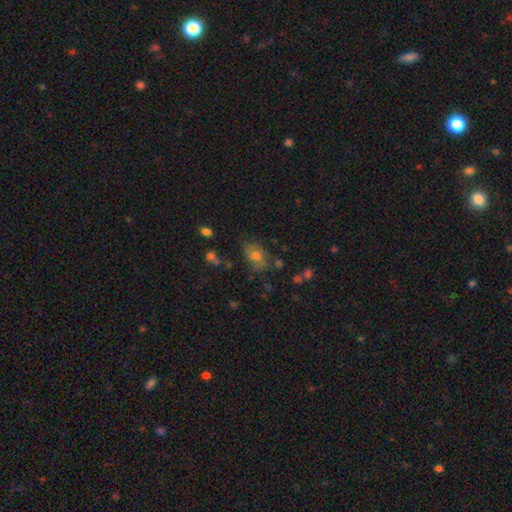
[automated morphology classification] Smooth or featured? smooth (63%)
How rounded? in between (76%)
Merging? none (66%)